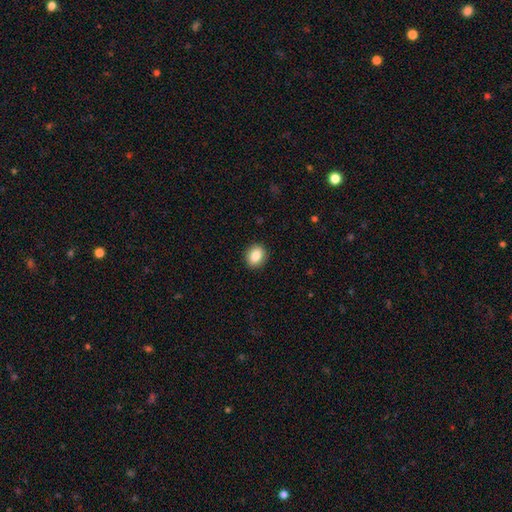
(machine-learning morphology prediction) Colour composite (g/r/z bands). It shows a smooth galaxy with no disk features (84%) that is round (53%). Merging: none (91%).